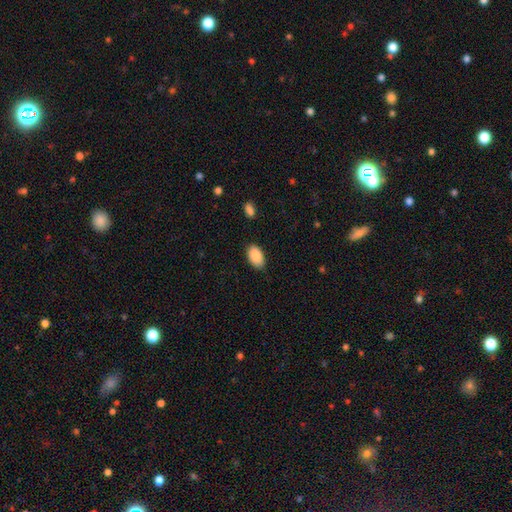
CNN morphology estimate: smooth_or_featured: smooth (p=0.90) [alt: star or artifact p=0.07]
how_rounded: in between (p=0.94) [alt: round p=0.05]
merging: none (p=0.85) [alt: minor disturbance p=0.11]